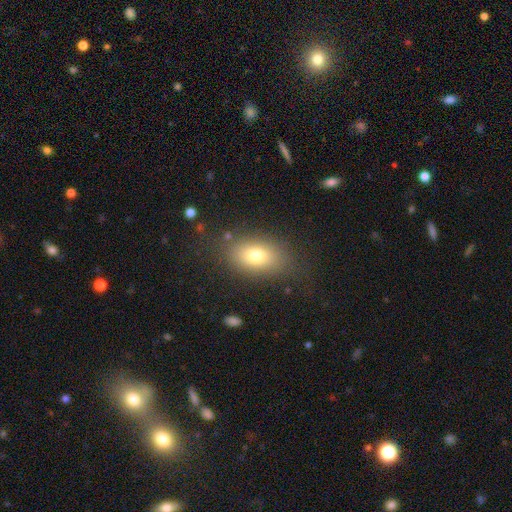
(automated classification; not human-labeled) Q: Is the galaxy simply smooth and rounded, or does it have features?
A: smooth — 75%.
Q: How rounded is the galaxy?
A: in between — 84%.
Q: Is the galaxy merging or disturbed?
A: none — 79%.